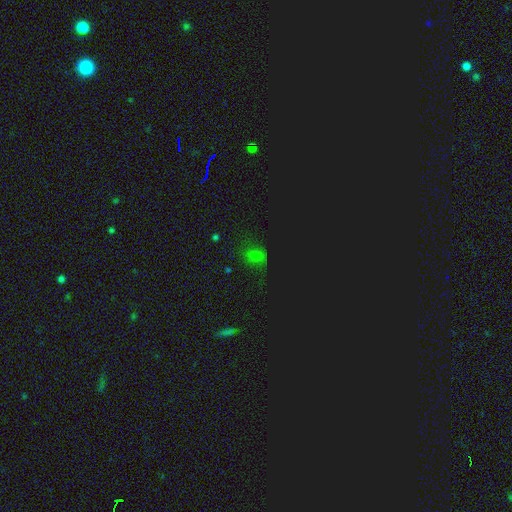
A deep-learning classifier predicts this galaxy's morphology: smooth_or_featured: smooth (p=0.47) [alt: star or artifact p=0.45]
merging: none (p=0.66) [alt: minor disturbance p=0.22]